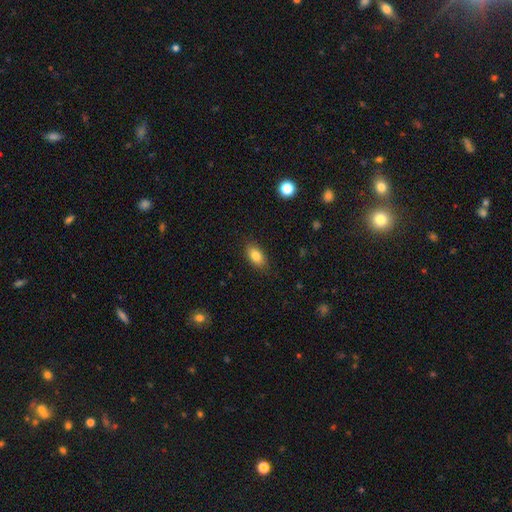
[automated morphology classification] Smooth or featured?
  - smooth: 84% *
  - star or artifact: 8%
  - featured or disk: 8%
How rounded?
  - in between: 89% *
  - round: 7%
  - cigar-shaped: 4%
Merging?
  - none: 85% *
  - minor disturbance: 11%
  - major disturbance: 3%
  - merger: 1%